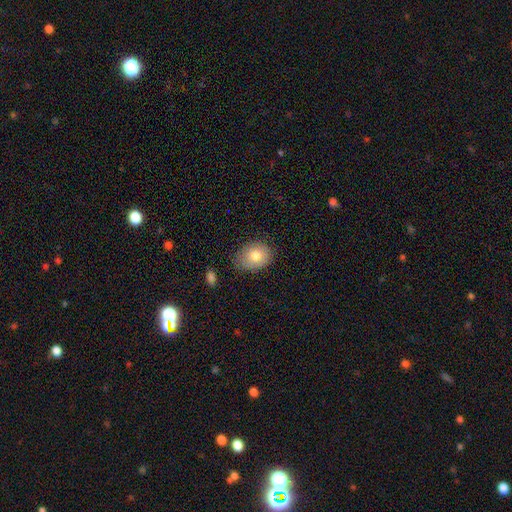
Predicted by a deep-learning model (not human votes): Smooth or featured: smooth — 79% (featured or disk — 13%)
How rounded: in between — 65% (round — 34%)
Merging: none — 70% (minor disturbance — 24%)